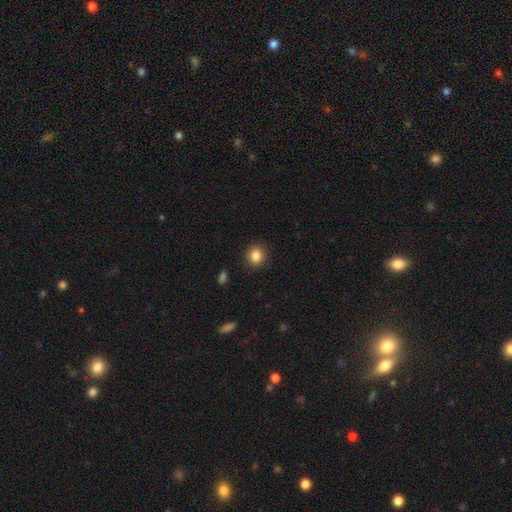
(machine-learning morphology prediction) This is clearly a smooth galaxy (85%). How rounded: likely round (77%). Merging: clearly none (89%).